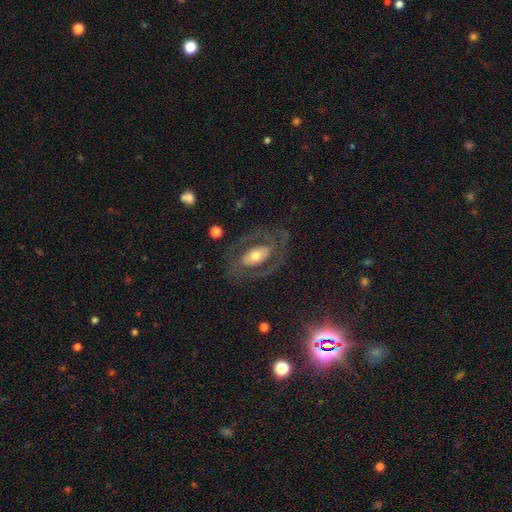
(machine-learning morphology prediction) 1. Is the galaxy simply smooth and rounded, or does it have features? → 69% featured or disk, 24% smooth, 6% star or artifact.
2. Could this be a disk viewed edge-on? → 94% no, 6% yes.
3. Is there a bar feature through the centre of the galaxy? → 55% no, 26% weak, 19% strong.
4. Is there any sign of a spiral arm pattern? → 58% yes, 42% no.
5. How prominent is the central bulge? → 64% moderate, 17% large, 16% small, 2% dominant, 1% none.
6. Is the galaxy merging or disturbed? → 70% none, 15% major disturbance, 14% minor disturbance, 2% merger.